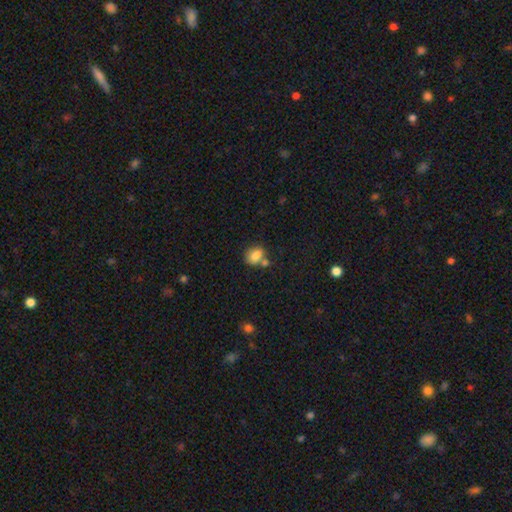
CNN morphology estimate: The model was most divided on "merging": none: 46%, merger: 32%, minor disturbance: 16%, major disturbance: 6%. More confident: smooth or featured — smooth (80%); how rounded — in between (60%).